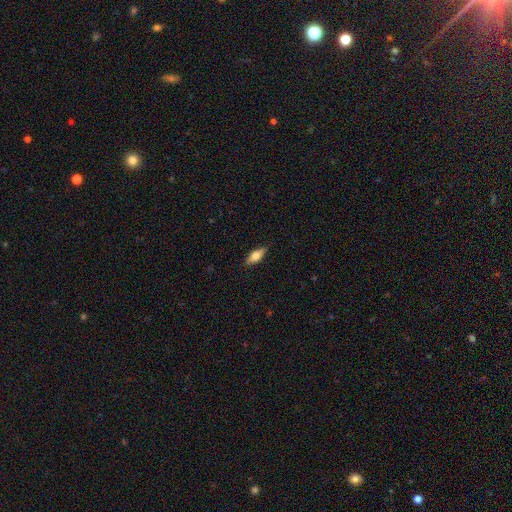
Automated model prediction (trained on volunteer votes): Smooth or featured? Predicted: smooth (p=0.59). How rounded? Predicted: in between (p=0.68). Merging? Predicted: none (p=0.84).